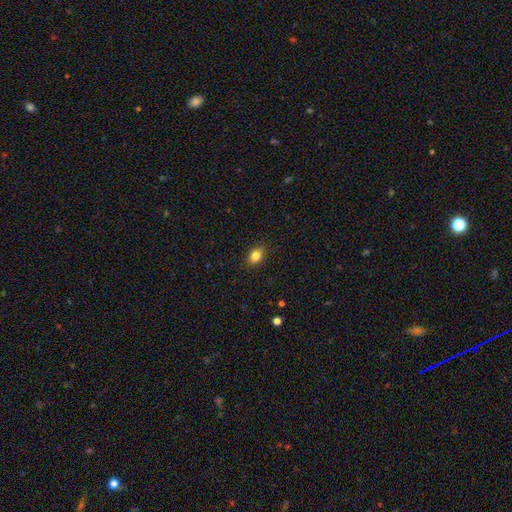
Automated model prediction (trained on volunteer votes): A smooth galaxy with no disk features (84%) that is in between round and cigar-shaped (75%).

Vote fractions:
- Smooth or featured? smooth: 84% / star or artifact: 10% / featured or disk: 7%
- How rounded? in between: 75% / round: 23% / cigar-shaped: 2%
- Merging? none: 88% / minor disturbance: 9% / major disturbance: 2% / merger: 1%